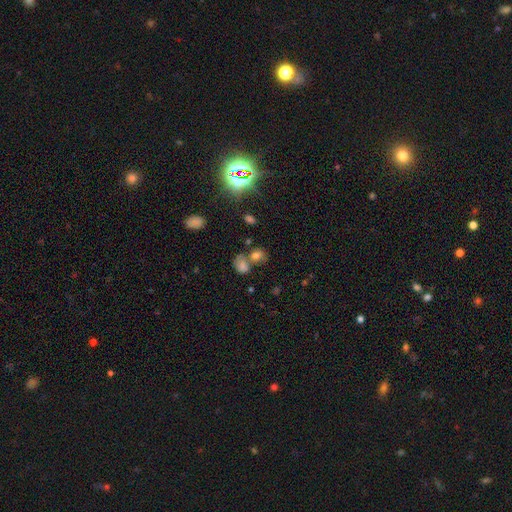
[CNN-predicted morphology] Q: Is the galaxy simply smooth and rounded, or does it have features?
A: smooth — 65%.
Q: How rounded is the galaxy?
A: round — 51%.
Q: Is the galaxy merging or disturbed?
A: none — 43%.